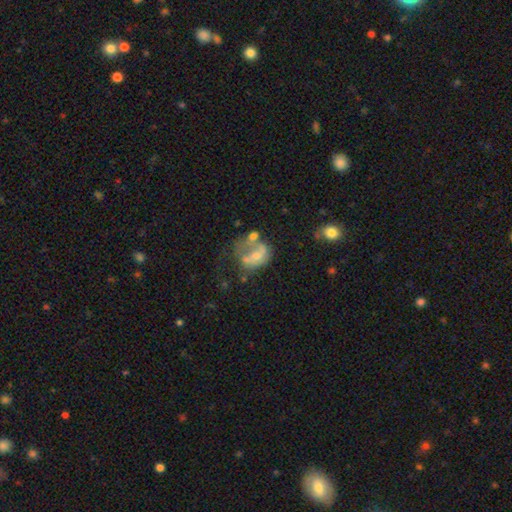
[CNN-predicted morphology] Smooth or featured? Predicted: featured or disk (p=0.51). Edge-on disk? Predicted: no (p=0.97). Merging? Predicted: major disturbance (p=0.36).